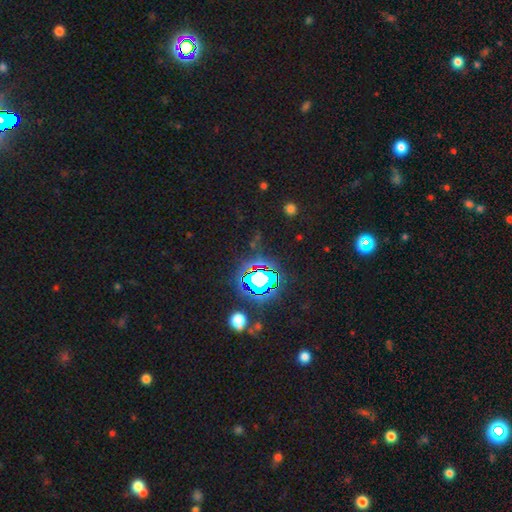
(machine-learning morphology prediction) The model was most divided on "smooth or featured": star or artifact: 80%, smooth: 13%, featured or disk: 7%.